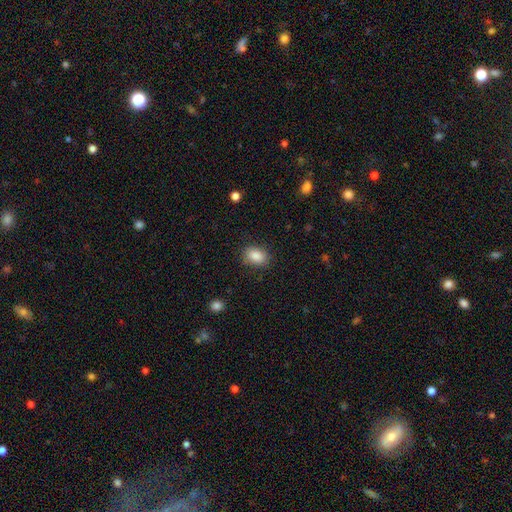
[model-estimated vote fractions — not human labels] A smooth galaxy with no disk features (88%) that is in between round and cigar-shaped (82%).

Vote fractions:
- Smooth or featured? smooth: 88% / star or artifact: 8% / featured or disk: 4%
- How rounded? in between: 82% / round: 17% / cigar-shaped: 1%
- Merging? none: 85% / minor disturbance: 11% / major disturbance: 3% / merger: 1%